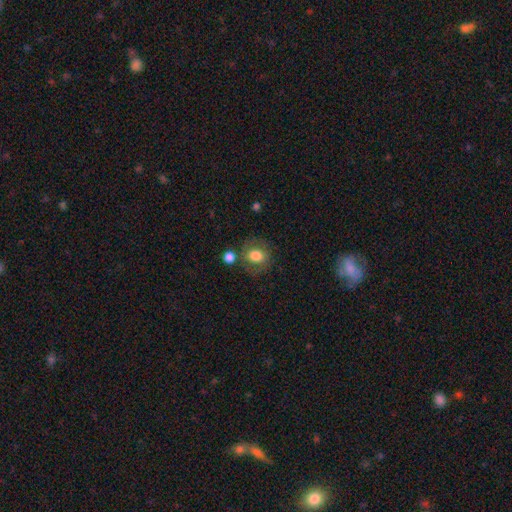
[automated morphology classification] smooth-or-featured: smooth: 72% | featured or disk: 19% | star or artifact: 9%
  how-rounded: round: 69% | in between: 30% | cigar-shaped: 1%
  merging: none: 70% | minor disturbance: 15% | merger: 9% | major disturbance: 7%